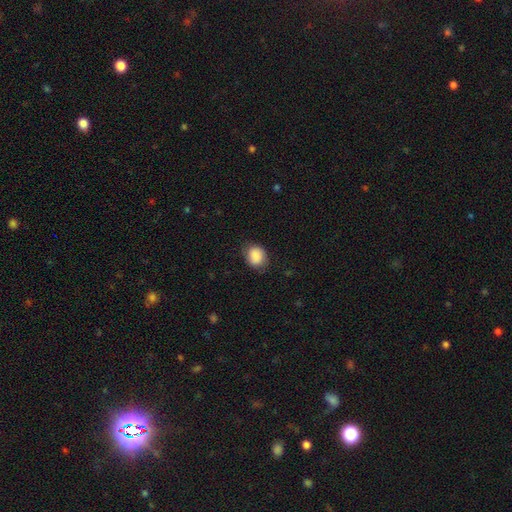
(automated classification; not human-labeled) Smooth or featured? Predicted: smooth (p=0.88). How rounded? Predicted: round (p=0.55). Merging? Predicted: none (p=0.76).